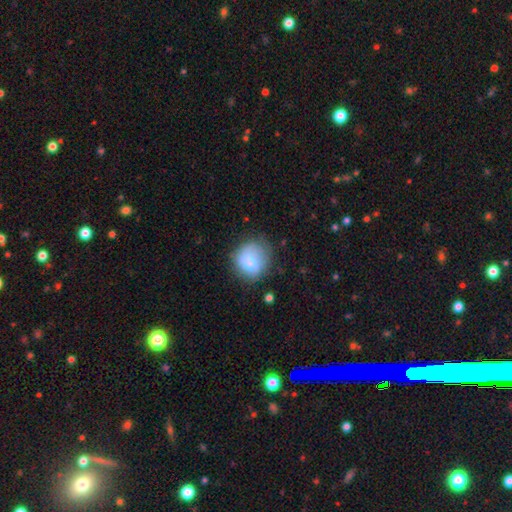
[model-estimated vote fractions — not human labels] Smooth or featured?
  - smooth: 71% *
  - featured or disk: 20%
  - star or artifact: 9%
How rounded?
  - round: 76% *
  - in between: 23%
  - cigar-shaped: 1%
Merging?
  - none: 58% *
  - minor disturbance: 27%
  - major disturbance: 11%
  - merger: 4%